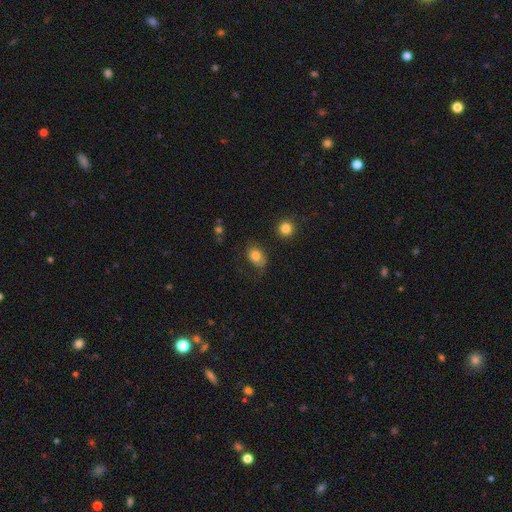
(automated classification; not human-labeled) A smooth galaxy with no disk features (78%) that is in between round and cigar-shaped (68%).

Vote fractions:
- Smooth or featured? smooth: 78% / featured or disk: 12% / star or artifact: 9%
- How rounded? in between: 68% / round: 31% / cigar-shaped: 1%
- Merging? none: 55% / minor disturbance: 26% / major disturbance: 16% / merger: 3%